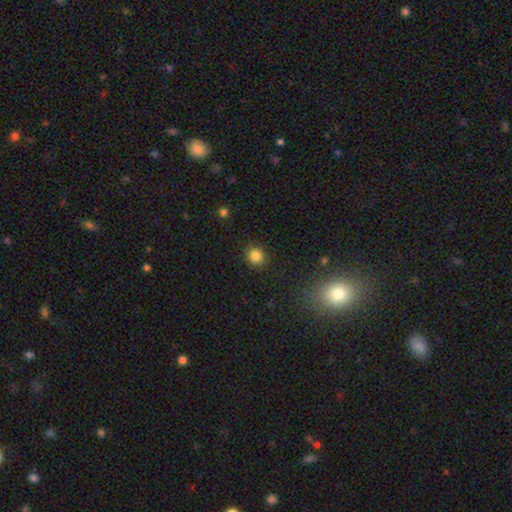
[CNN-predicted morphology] This appears to be a smooth galaxy with no disk features (84%) that is round (89%). Merging: none (90%).